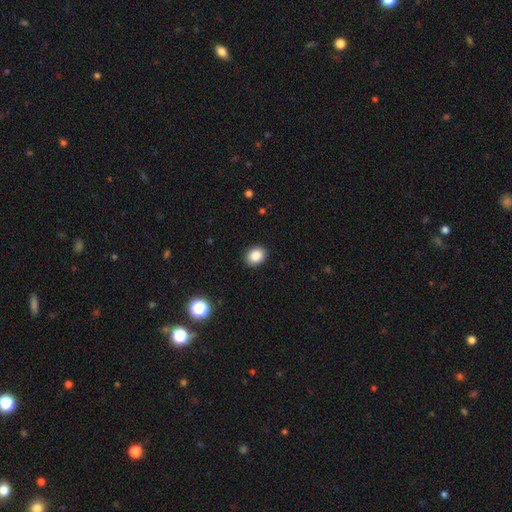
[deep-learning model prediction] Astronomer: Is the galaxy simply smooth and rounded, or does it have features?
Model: smooth — 86%.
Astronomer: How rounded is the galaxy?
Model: in between — 52% (runner-up: round, 47%).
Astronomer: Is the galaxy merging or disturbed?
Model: none — 91%.